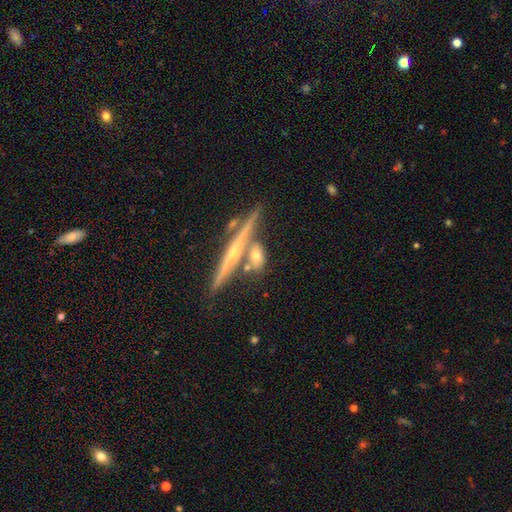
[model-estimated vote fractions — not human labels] Morphology: type=featured or disk (50%); merging=none (61%).